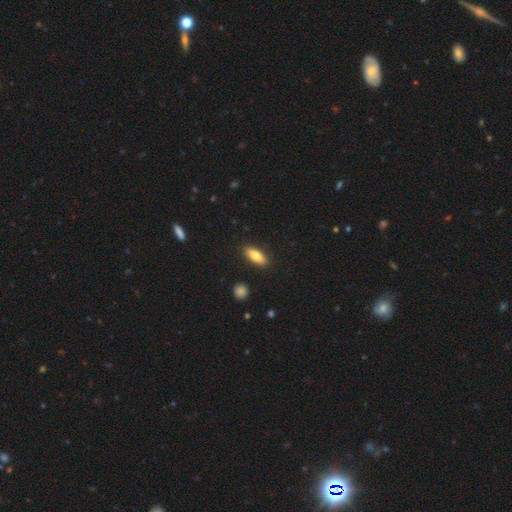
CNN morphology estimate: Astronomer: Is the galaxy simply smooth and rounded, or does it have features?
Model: smooth — 79%.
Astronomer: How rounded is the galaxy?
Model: in between — 70%.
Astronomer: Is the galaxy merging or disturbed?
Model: none — 89%.